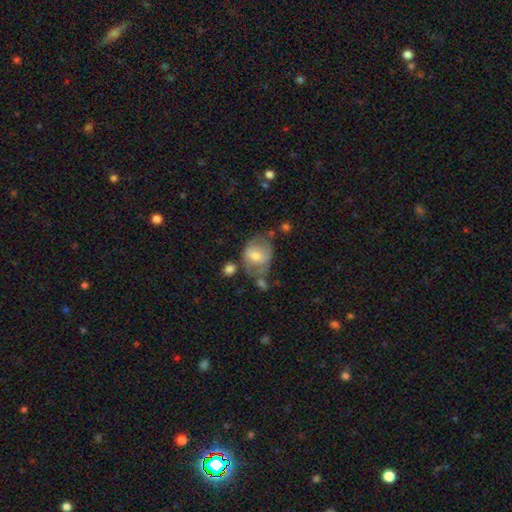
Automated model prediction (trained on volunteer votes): Overall: smooth (56%; featured or disk 36%). How rounded: round (50%; in between 49%). Merging: none (37%; minor disturbance 27%).